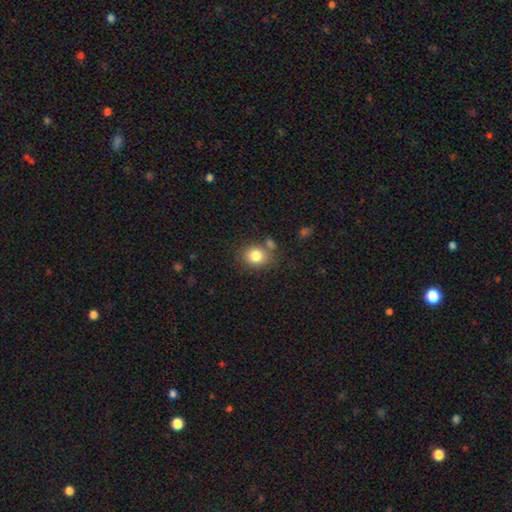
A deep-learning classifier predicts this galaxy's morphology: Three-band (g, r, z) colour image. It shows a smooth galaxy with no disk features (83%) that is round (67%). Merging: none (70%).